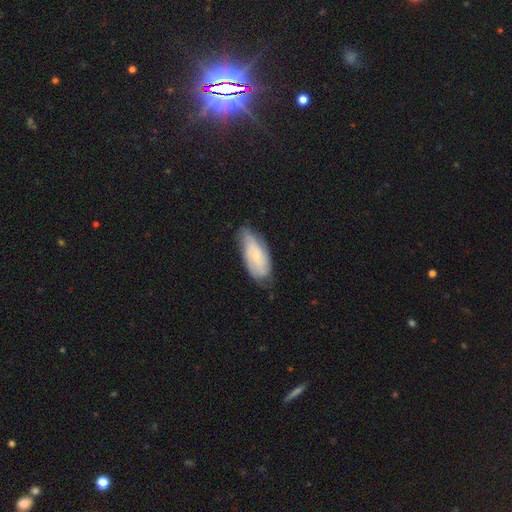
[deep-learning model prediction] Smooth or featured?
  - featured or disk: 56% *
  - smooth: 37%
  - star or artifact: 7%
Edge-on disk?
  - no: 91% *
  - yes: 9%
Bar?
  - no: 70% *
  - weak: 25%
  - strong: 5%
Spiral arms?
  - yes: 87% *
  - no: 13%
Bulge size?
  - small: 74% *
  - moderate: 16%
  - none: 8%
  - large: 1%
  - dominant: 1%
Merging?
  - none: 68% *
  - minor disturbance: 25%
  - major disturbance: 5%
  - merger: 1%